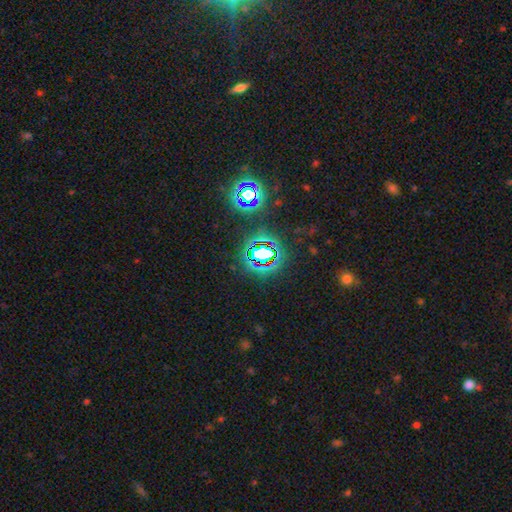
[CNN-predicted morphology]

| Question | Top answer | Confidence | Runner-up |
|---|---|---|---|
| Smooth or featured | star or artifact | 79% | smooth (13%) |